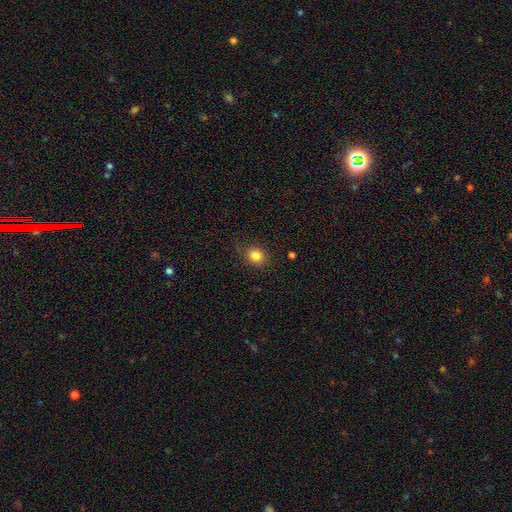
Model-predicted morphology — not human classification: smooth 83%, star or artifact 12%, featured or disk 6%. Down the decision tree: how rounded — round (76%); merging — none (83%).